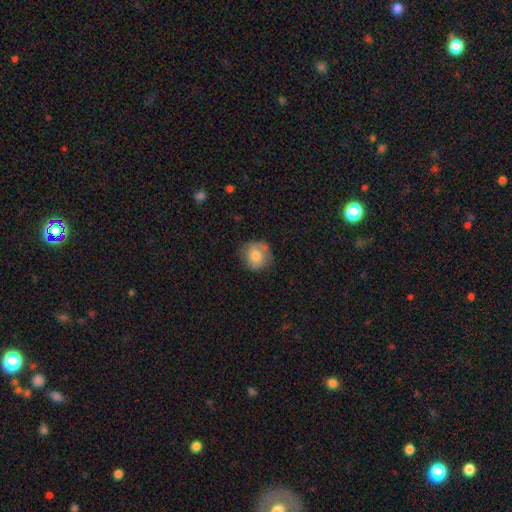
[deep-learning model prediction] Smooth or featured? Predicted: smooth (p=0.74). How rounded? Predicted: round (p=0.88). Merging? Predicted: none (p=0.71).